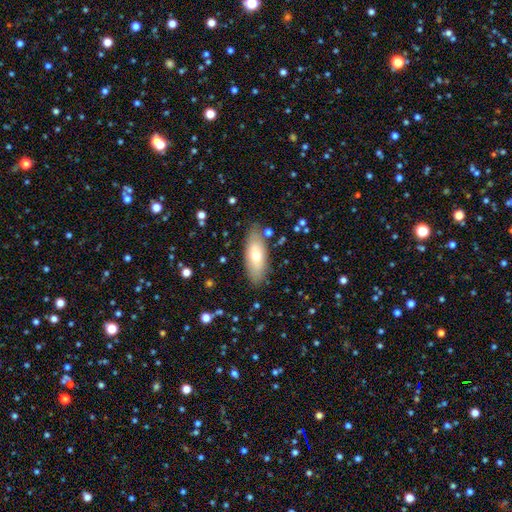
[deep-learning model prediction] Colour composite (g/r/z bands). It shows a smooth galaxy with no disk features (65%) that is in between round and cigar-shaped (77%). Merging: none (82%).